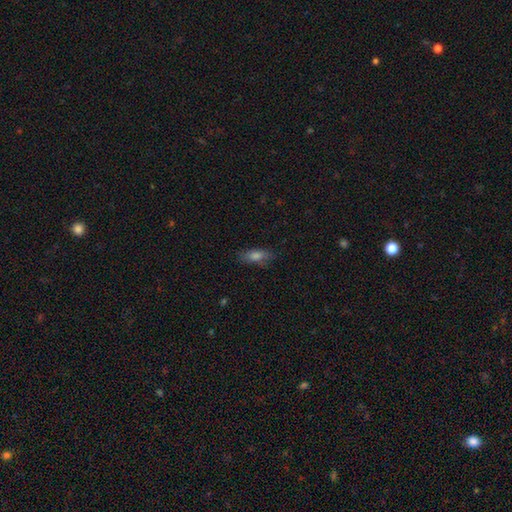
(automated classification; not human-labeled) Smooth or featured: smooth — 73% (featured or disk — 16%)
How rounded: in between — 66% (cigar-shaped — 30%)
Merging: none — 80% (minor disturbance — 15%)